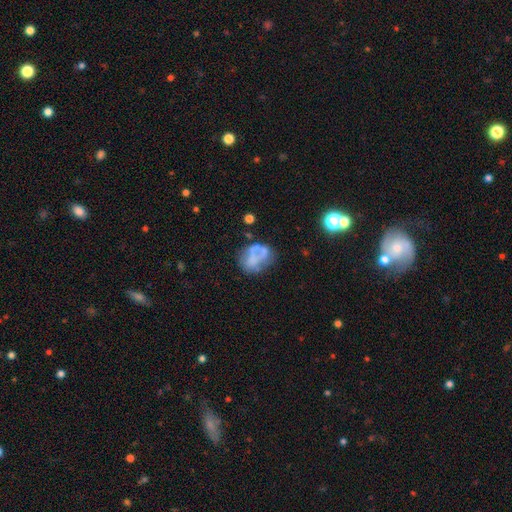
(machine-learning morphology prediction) Smooth or featured: featured or disk — 47% (smooth — 41%)
Merging: none — 41% (minor disturbance — 24%)